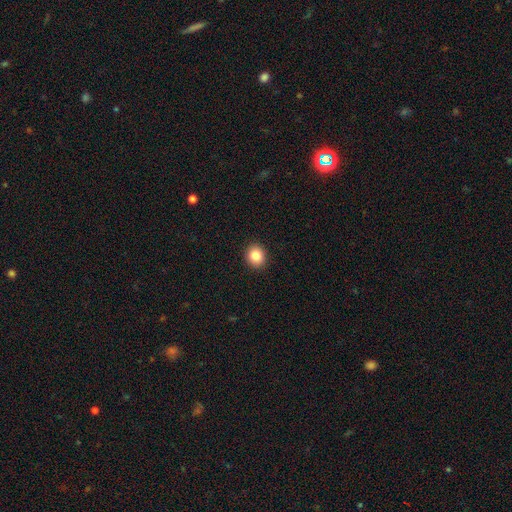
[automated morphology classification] This appears to be a smooth galaxy with no disk features (85%) that is round (75%). Merging: none (92%).